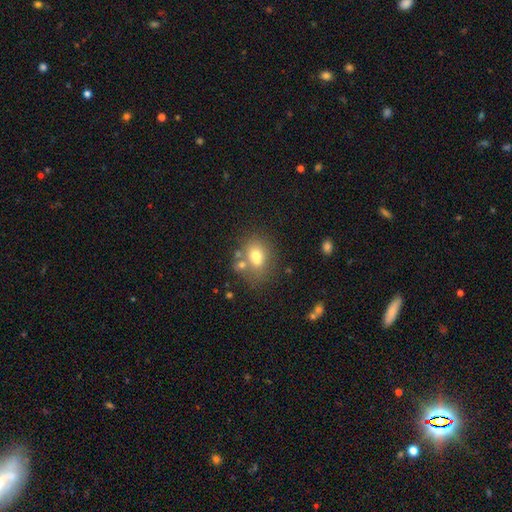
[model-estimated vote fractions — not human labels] This is likely a smooth galaxy (68%). How rounded: possibly in between (52%). Merging: possibly none (47%).